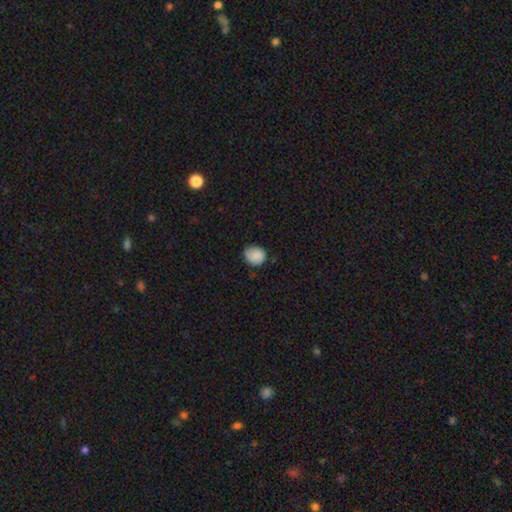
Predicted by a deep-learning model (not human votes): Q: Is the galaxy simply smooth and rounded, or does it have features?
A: smooth — 84%.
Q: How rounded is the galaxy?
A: round — 66%.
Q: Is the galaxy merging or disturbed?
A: none — 71%.